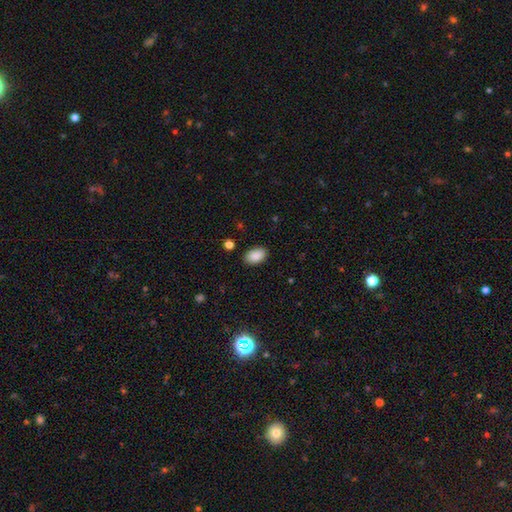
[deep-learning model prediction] Morphology: type=smooth (90%); roundness=in between (91%); merging=none (88%).